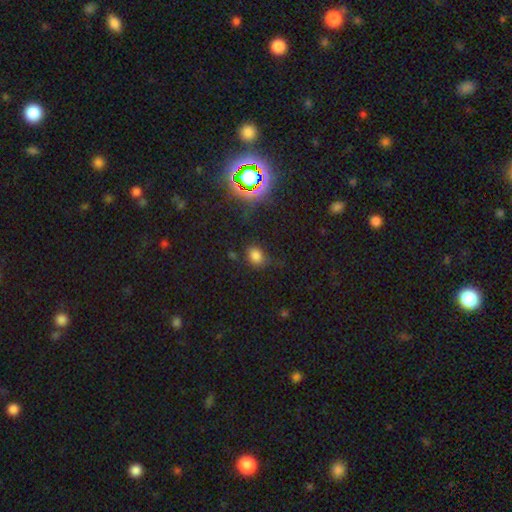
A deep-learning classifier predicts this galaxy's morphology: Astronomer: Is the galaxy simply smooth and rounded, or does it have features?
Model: smooth — 71%.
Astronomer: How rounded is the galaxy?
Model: in between — 51% (runner-up: round, 47%).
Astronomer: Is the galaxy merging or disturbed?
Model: none — 68%.